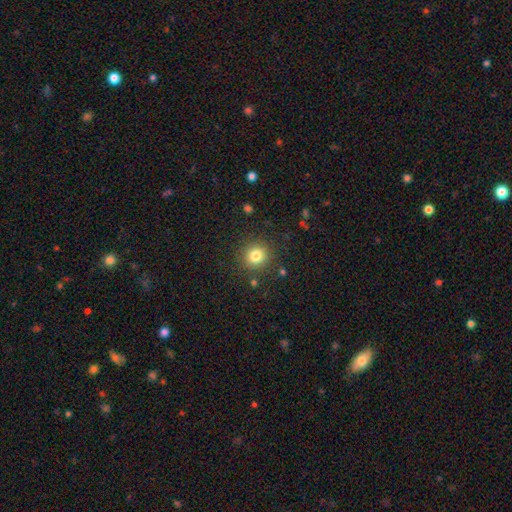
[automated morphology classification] A smooth galaxy with no disk features (81%) that is round (90%). Merging: none (88%).